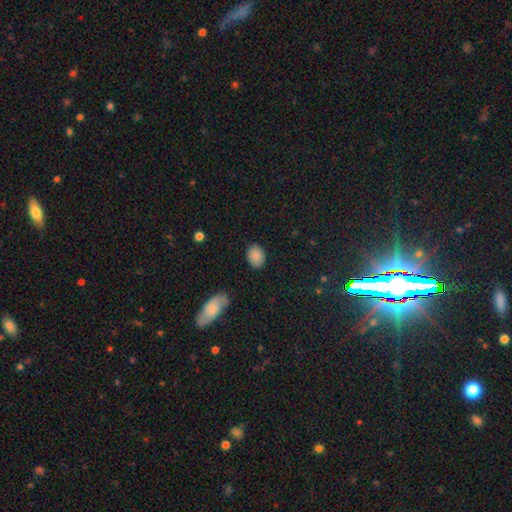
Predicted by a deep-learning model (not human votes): Smooth or featured? Predicted: smooth (p=0.87). How rounded? Predicted: in between (p=0.74). Merging? Predicted: none (p=0.84).